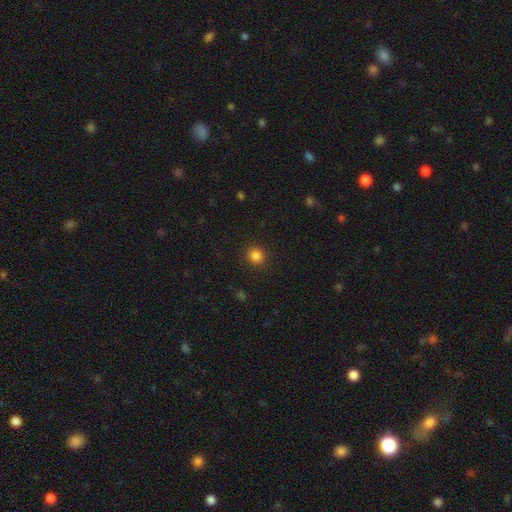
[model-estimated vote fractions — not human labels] Morphology: type=smooth (84%); roundness=round (90%); merging=none (91%).